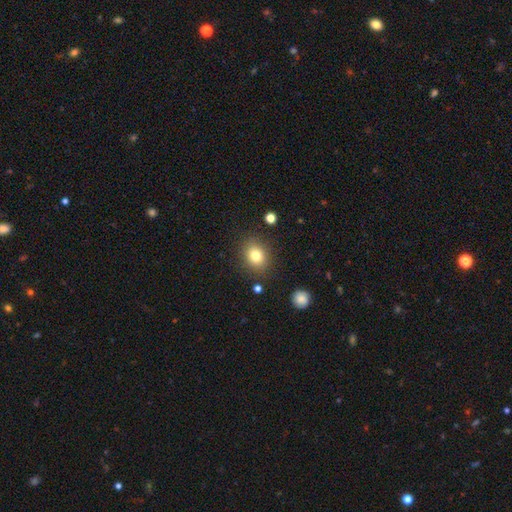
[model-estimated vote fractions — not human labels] smooth 80%, star or artifact 12%, featured or disk 9%. Down the decision tree: how rounded — round (62%); merging — none (85%).